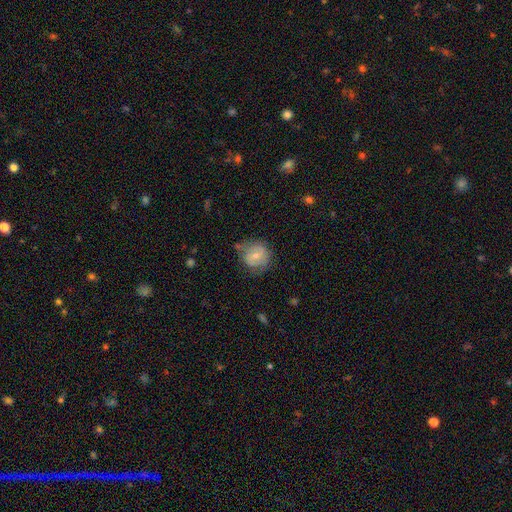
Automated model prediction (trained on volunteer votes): The model was most divided on "smooth or featured": smooth: 56%, featured or disk: 36%, star or artifact: 7%. More confident: how rounded — round (82%); merging — none (57%).